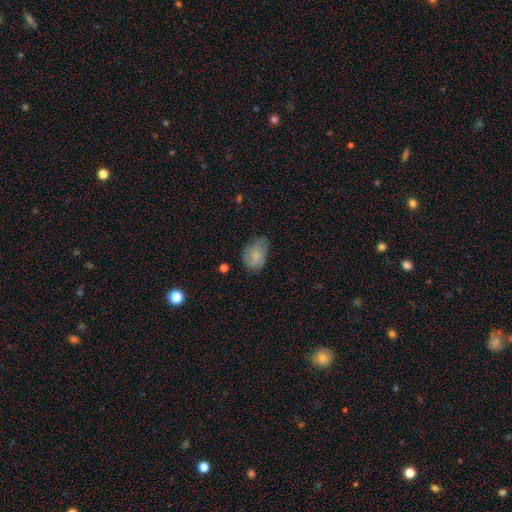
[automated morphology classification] Smooth or featured? Predicted: smooth (p=0.67). How rounded? Predicted: in between (p=0.78). Merging? Predicted: none (p=0.50).